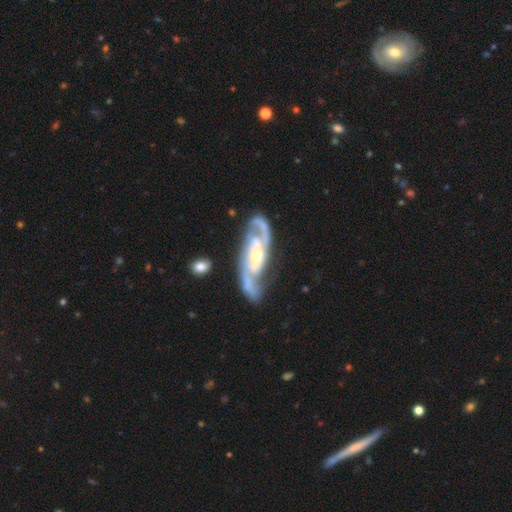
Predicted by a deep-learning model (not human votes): Smooth or featured? Predicted: featured or disk (p=0.92). Edge-on disk? Predicted: no (p=0.94). Bar? Predicted: weak (p=0.38). Spiral arms? Predicted: yes (p=0.98). Spiral winding? Predicted: medium (p=0.54). Spiral arm count? Predicted: 2 (p=0.89). Bulge size? Predicted: moderate (p=0.53). Merging? Predicted: none (p=0.72).